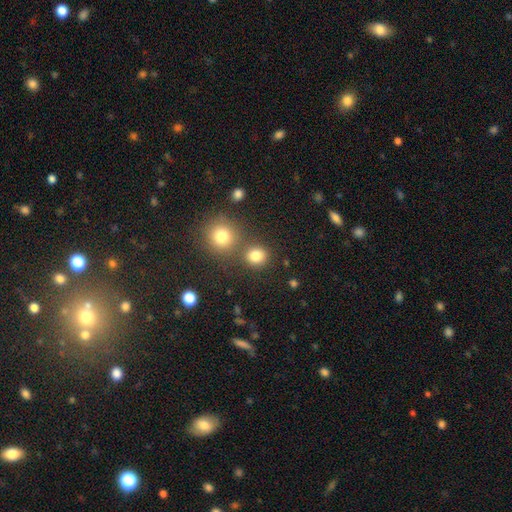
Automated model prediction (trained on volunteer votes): Smooth or featured? Predicted: smooth (p=0.81). How rounded? Predicted: round (p=0.84). Merging? Predicted: none (p=0.72).